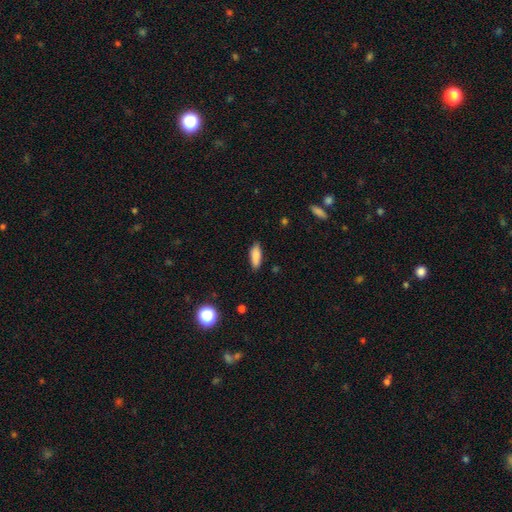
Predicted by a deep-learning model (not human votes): smooth_or_featured: smooth (p=0.86) [alt: star or artifact p=0.07]
how_rounded: in between (p=0.60) [alt: cigar-shaped p=0.38]
merging: none (p=0.85) [alt: minor disturbance p=0.12]